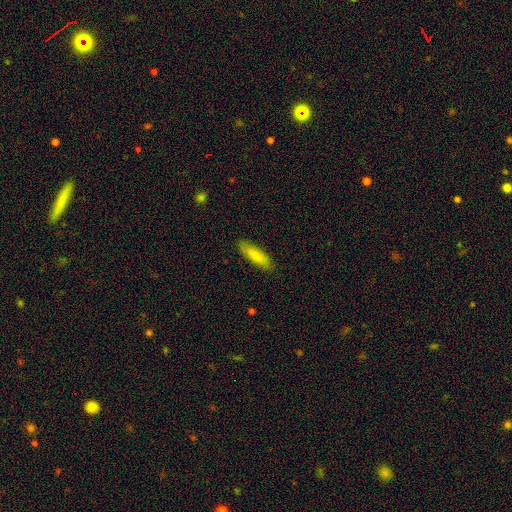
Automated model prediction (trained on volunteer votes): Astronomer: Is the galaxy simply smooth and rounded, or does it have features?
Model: smooth — 76%.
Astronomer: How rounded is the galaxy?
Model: cigar-shaped — 64%.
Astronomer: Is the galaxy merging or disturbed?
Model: none — 88%.